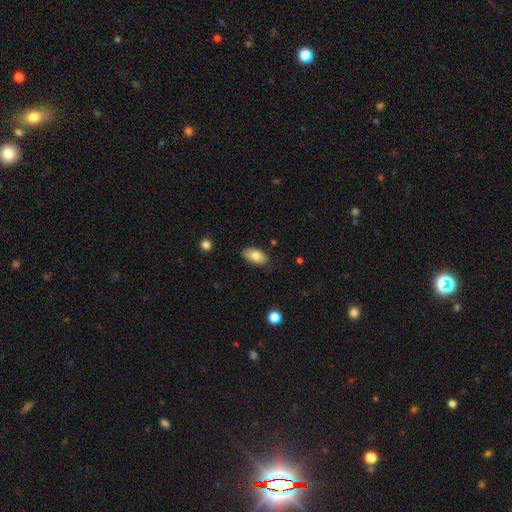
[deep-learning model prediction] A smooth galaxy with no disk features (78%) that is in between round and cigar-shaped (94%). Merging: none (84%).